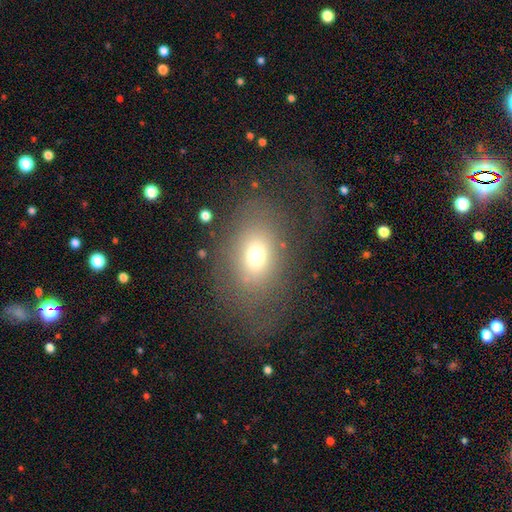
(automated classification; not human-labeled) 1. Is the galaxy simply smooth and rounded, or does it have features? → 65% smooth, 21% featured or disk, 14% star or artifact.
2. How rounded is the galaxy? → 69% in between, 30% round, 1% cigar-shaped.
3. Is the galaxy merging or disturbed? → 53% none, 27% major disturbance, 18% minor disturbance, 2% merger.